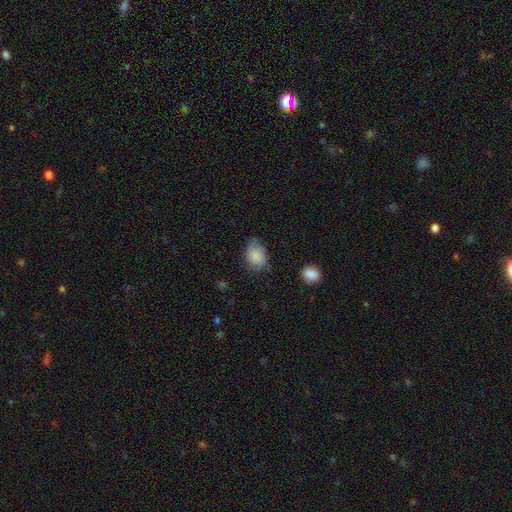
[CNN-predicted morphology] The model was most divided on "merging": none: 52%, minor disturbance: 35%, major disturbance: 10%, merger: 2%. More confident: smooth or featured — smooth (76%); how rounded — in between (68%).